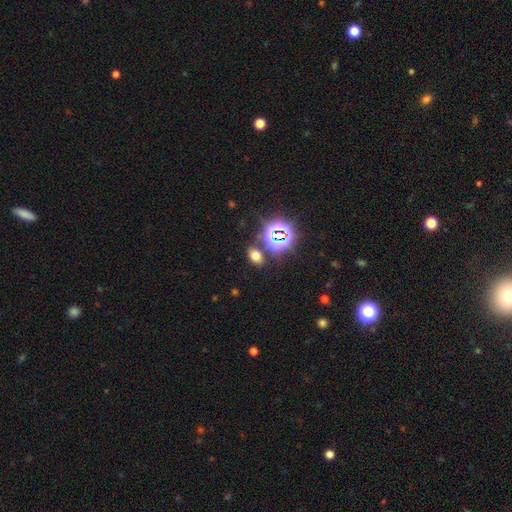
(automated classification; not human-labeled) Q: Smooth or featured?
A: smooth (60%); runner-up: star or artifact (31%)
Q: How rounded?
A: in between (74%); runner-up: round (24%)
Q: Merging?
A: none (79%); runner-up: minor disturbance (10%)